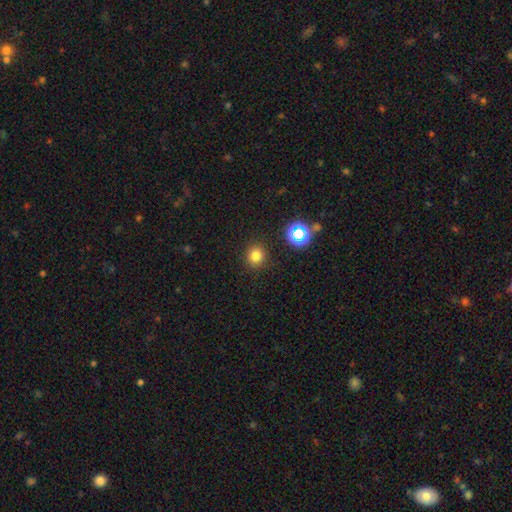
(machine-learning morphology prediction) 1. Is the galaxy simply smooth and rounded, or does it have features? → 76% smooth, 18% star or artifact, 6% featured or disk.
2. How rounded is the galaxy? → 90% round, 9% in between, 1% cigar-shaped.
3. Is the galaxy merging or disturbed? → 89% none, 7% minor disturbance, 3% major disturbance, 2% merger.